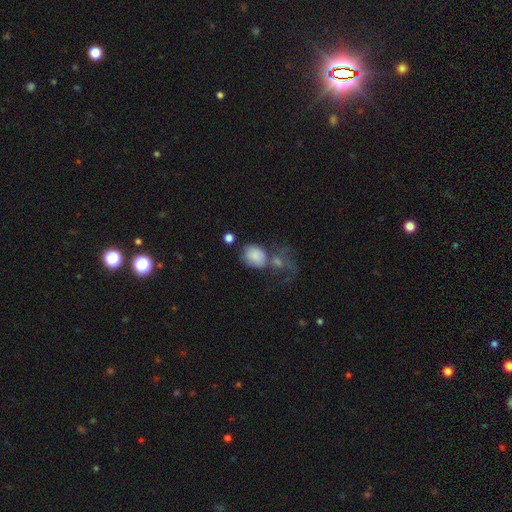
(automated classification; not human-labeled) Smooth or featured?
  - smooth: 80% *
  - featured or disk: 12%
  - star or artifact: 8%
How rounded?
  - in between: 53% *
  - round: 46%
  - cigar-shaped: 1%
Merging?
  - merger: 34% *
  - none: 32%
  - minor disturbance: 18%
  - major disturbance: 17%